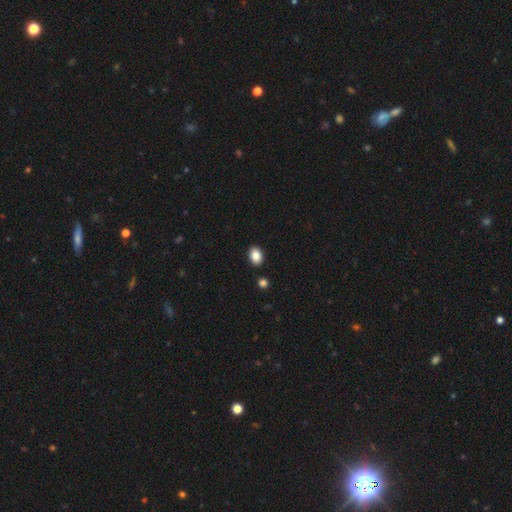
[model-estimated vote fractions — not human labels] Smooth or featured?
  - smooth: 86% *
  - star or artifact: 8%
  - featured or disk: 6%
How rounded?
  - in between: 83% *
  - round: 16%
  - cigar-shaped: 1%
Merging?
  - none: 89% *
  - minor disturbance: 7%
  - merger: 2%
  - major disturbance: 2%